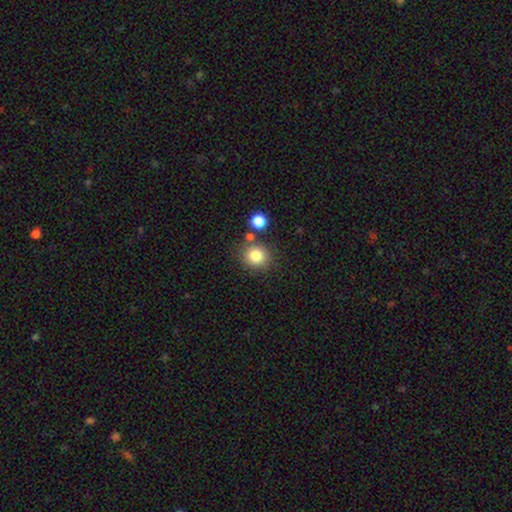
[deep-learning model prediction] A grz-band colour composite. It shows a smooth galaxy with no disk features (82%) that is round (87%). Merging: none (76%).